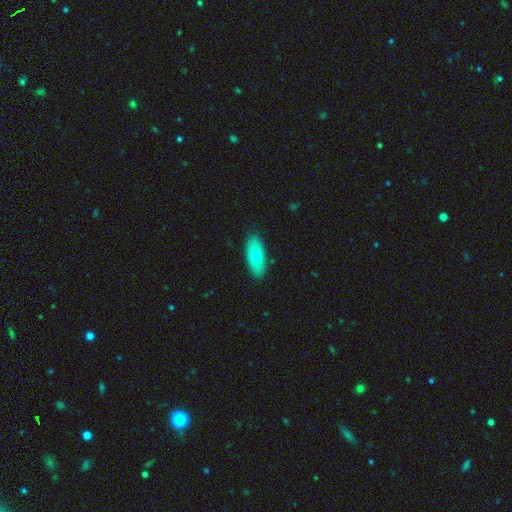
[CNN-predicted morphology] smooth 75%, featured or disk 18%, star or artifact 6%. Down the decision tree: how rounded — in between (78%); merging — none (88%).